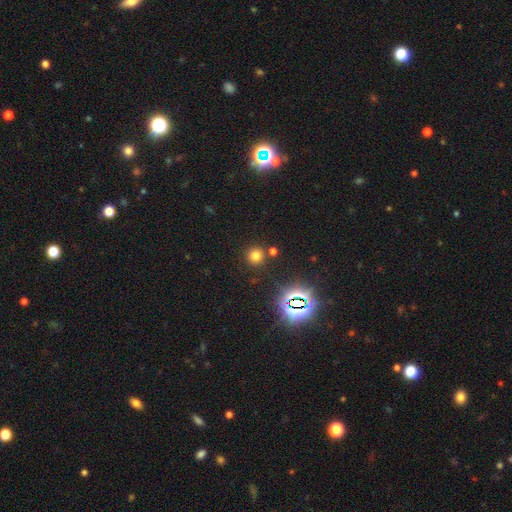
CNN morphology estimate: Q: Smooth or featured?
A: smooth (67%); runner-up: star or artifact (25%)
Q: How rounded?
A: round (93%); runner-up: in between (6%)
Q: Merging?
A: none (82%); runner-up: merger (9%)